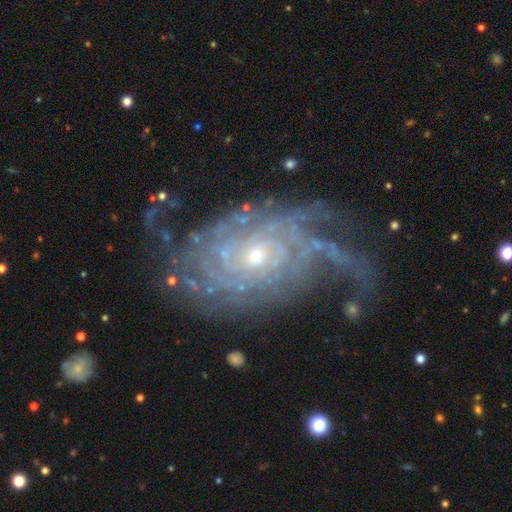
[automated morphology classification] Smooth or featured?
  - featured or disk: 89% *
  - star or artifact: 6%
  - smooth: 4%
Edge-on disk?
  - no: 96% *
  - yes: 4%
Bar?
  - no: 72% *
  - weak: 21%
  - strong: 7%
Spiral arms?
  - yes: 97% *
  - no: 3%
Spiral winding?
  - tight: 68% *
  - medium: 24%
  - loose: 8%
Spiral arm count?
  - can't tell: 29% *
  - more than 4: 20%
  - 4: 19%
  - 3: 13%
  - 2: 12%
  - 1: 8%
Bulge size?
  - small: 63% *
  - moderate: 32%
  - large: 2%
  - none: 1%
  - dominant: 1%
Merging?
  - none: 60% *
  - minor disturbance: 20%
  - major disturbance: 17%
  - merger: 3%